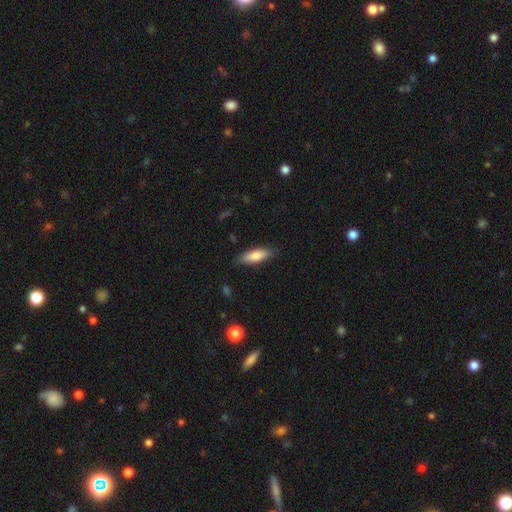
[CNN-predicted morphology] Q: Smooth or featured?
A: smooth (78%); runner-up: featured or disk (16%)
Q: How rounded?
A: in between (50%); runner-up: cigar-shaped (48%)
Q: Merging?
A: none (84%); runner-up: minor disturbance (12%)